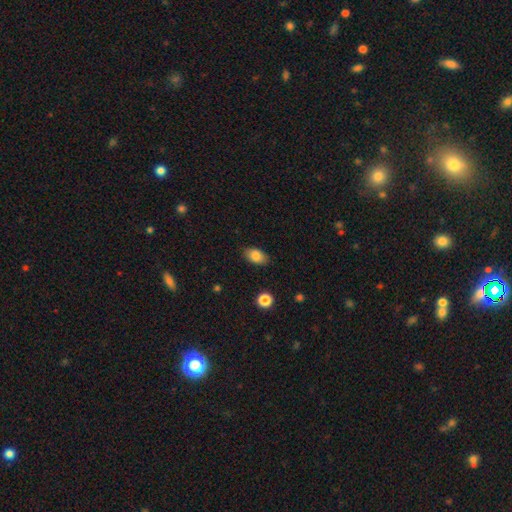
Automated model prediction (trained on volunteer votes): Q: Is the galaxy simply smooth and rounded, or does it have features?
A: smooth — 84%.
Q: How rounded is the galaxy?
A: in between — 90%.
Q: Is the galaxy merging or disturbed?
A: none — 86%.